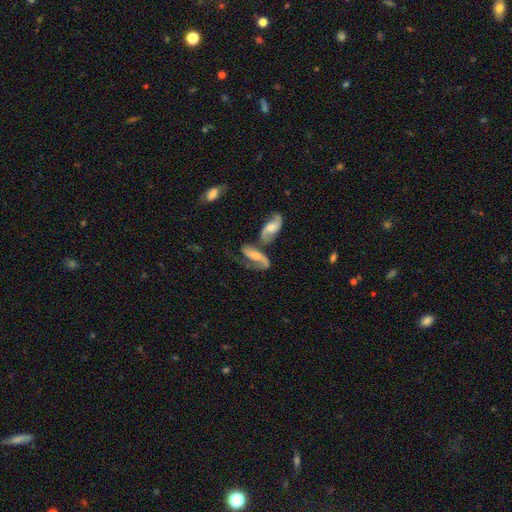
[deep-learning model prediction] This appears to be a featured or disk galaxy (75%) with no bar (46%), 2 (80%) loose (54%) spiral arms (92%) and a moderate central bulge (40%). Merging: merger (43%).